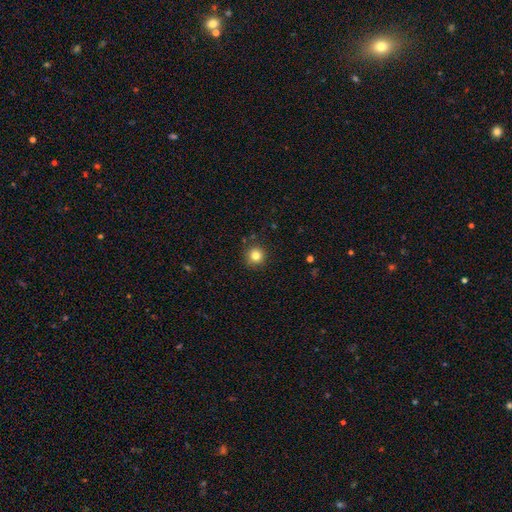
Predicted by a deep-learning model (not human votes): Smooth or featured? smooth (82%)
How rounded? round (94%)
Merging? none (89%)